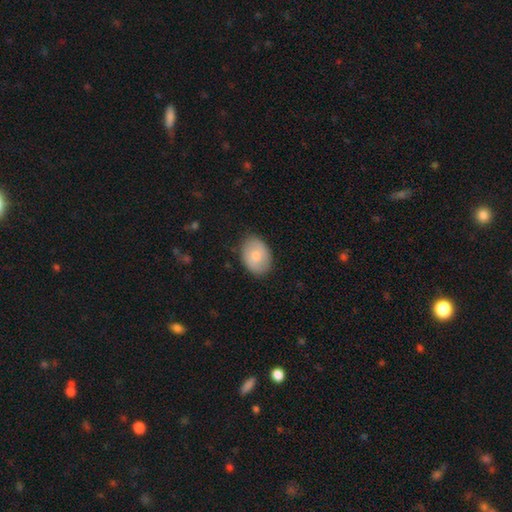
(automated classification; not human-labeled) This is likely a smooth galaxy (75%). How rounded: likely in between (71%). Merging: clearly none (82%).